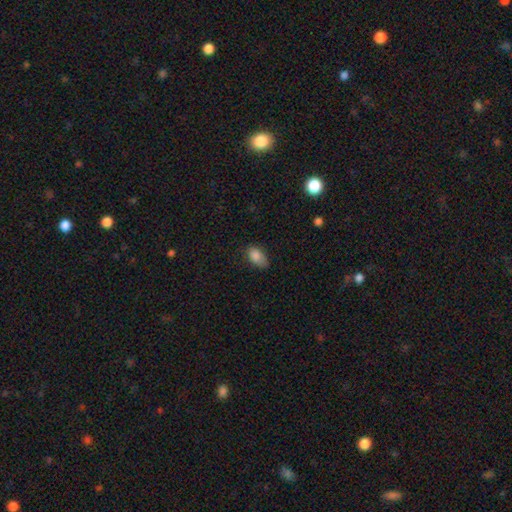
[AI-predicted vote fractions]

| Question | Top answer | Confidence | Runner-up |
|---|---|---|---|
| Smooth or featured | smooth | 85% | star or artifact (9%) |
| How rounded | in between | 91% | round (7%) |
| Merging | none | 61% | minor disturbance (31%) |